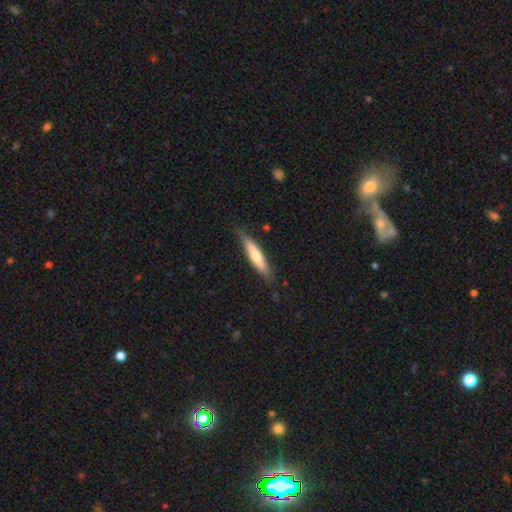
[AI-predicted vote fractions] Morphology: type=smooth (57%); roundness=cigar-shaped (86%); merging=none (80%).